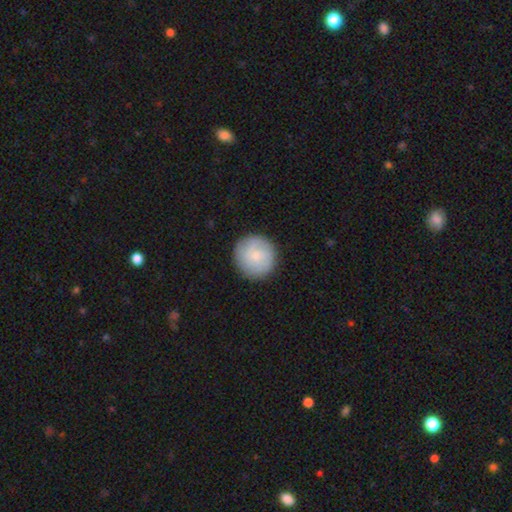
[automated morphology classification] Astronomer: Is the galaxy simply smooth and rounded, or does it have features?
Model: smooth — 69%.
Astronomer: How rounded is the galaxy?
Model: round — 94%.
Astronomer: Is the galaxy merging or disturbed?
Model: none — 87%.